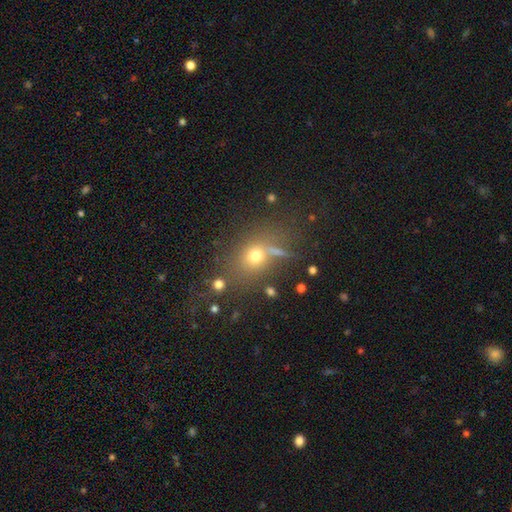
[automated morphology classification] type=smooth (65%); roundness=round (59%); merging=none (66%).